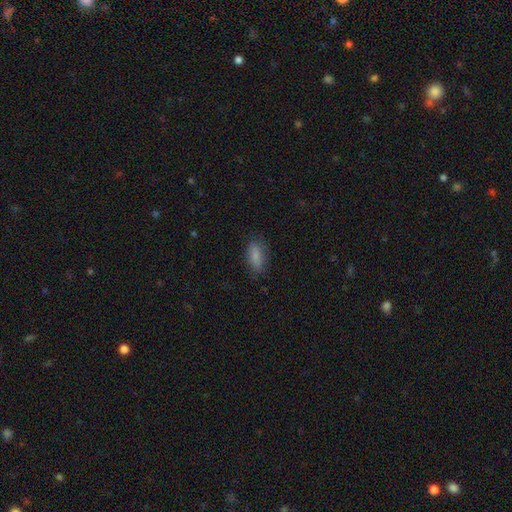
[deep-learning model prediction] smooth_or_featured: smooth (p=0.81) [alt: featured or disk p=0.12]
how_rounded: in between (p=0.84) [alt: cigar-shaped p=0.12]
merging: none (p=0.78) [alt: minor disturbance p=0.17]